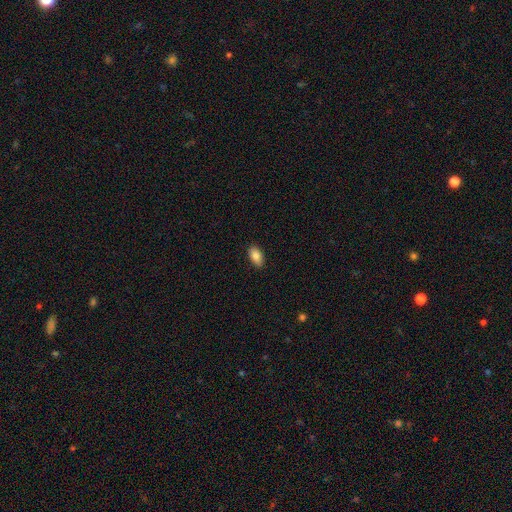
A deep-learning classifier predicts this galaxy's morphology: Smooth or featured: smooth — 83% (featured or disk — 10%)
How rounded: in between — 92% (round — 4%)
Merging: none — 88% (minor disturbance — 10%)